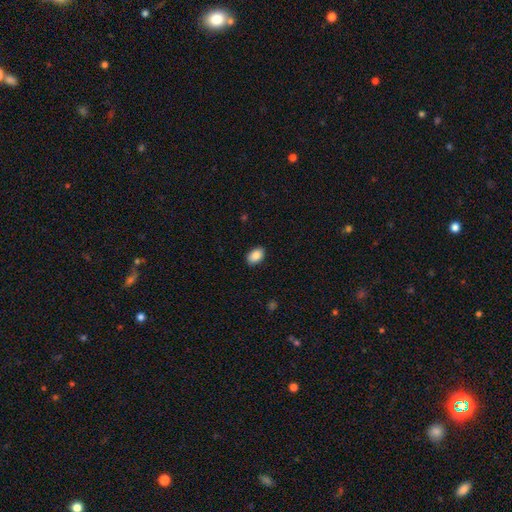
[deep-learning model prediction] Smooth or featured? smooth (89%)
How rounded? in between (89%)
Merging? none (89%)